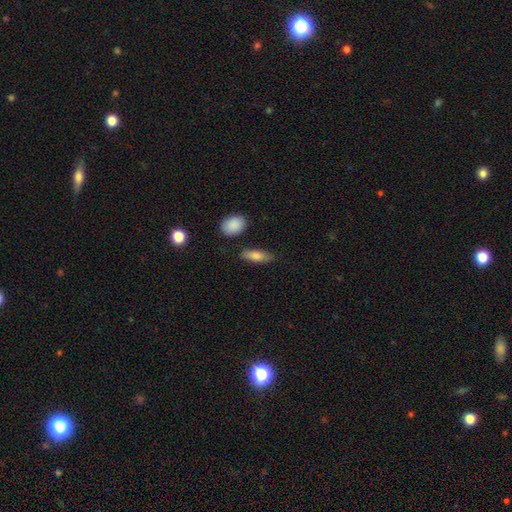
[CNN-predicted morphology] smooth_or_featured: smooth (p=0.80) [alt: featured or disk p=0.14]
how_rounded: in between (p=0.69) [alt: cigar-shaped p=0.28]
merging: none (p=0.79) [alt: minor disturbance p=0.14]